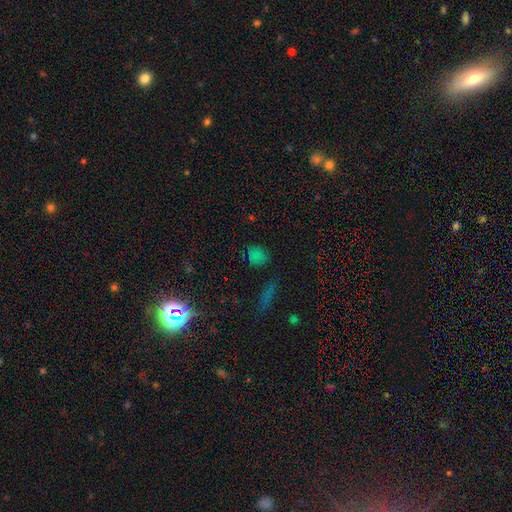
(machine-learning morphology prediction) A smooth galaxy with no disk features (71%) that is round (76%).

Vote fractions:
- Smooth or featured? smooth: 71% / star or artifact: 23% / featured or disk: 6%
- How rounded? round: 76% / in between: 21% / cigar-shaped: 3%
- Merging? none: 81% / minor disturbance: 12% / major disturbance: 4% / merger: 3%